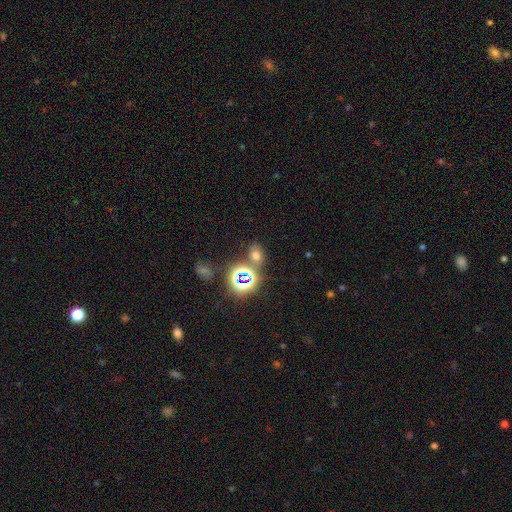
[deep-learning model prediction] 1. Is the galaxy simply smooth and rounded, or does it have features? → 52% smooth, 38% star or artifact, 9% featured or disk.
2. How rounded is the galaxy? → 59% in between, 40% round, 2% cigar-shaped.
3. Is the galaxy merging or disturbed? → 69% none, 15% merger, 12% minor disturbance, 5% major disturbance.